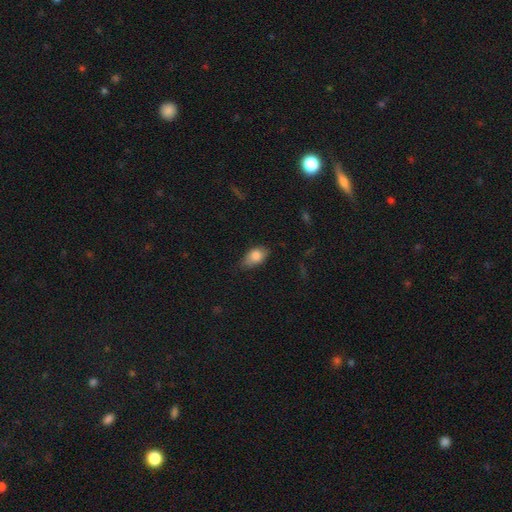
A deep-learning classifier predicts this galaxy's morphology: smooth 82%, featured or disk 11%, star or artifact 7%. Down the decision tree: how rounded — in between (88%); merging — none (56%).